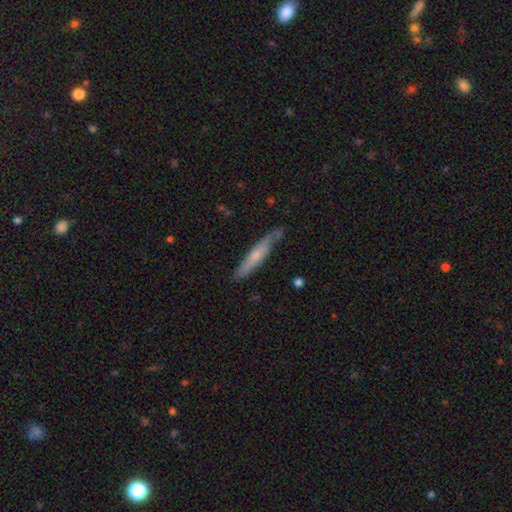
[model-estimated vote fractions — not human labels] A smooth galaxy with no disk features (54%) that is cigar-shaped (91%). Merging: none (73%).